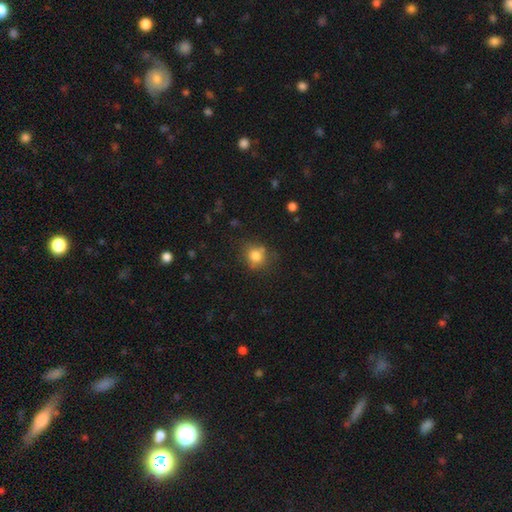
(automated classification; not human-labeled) A smooth galaxy with no disk features (79%) that is round (74%).

Vote fractions:
- Smooth or featured? smooth: 79% / star or artifact: 12% / featured or disk: 9%
- How rounded? round: 74% / in between: 25% / cigar-shaped: 1%
- Merging? none: 67% / minor disturbance: 20% / merger: 7% / major disturbance: 6%